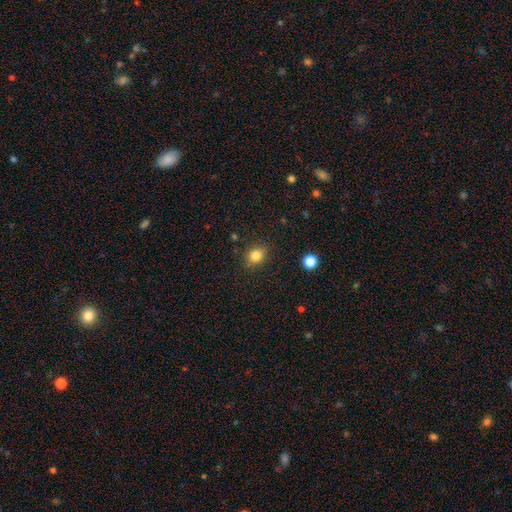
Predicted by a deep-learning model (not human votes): Q: Smooth or featured?
A: smooth (82%); runner-up: star or artifact (11%)
Q: How rounded?
A: round (61%); runner-up: in between (38%)
Q: Merging?
A: none (85%); runner-up: minor disturbance (11%)